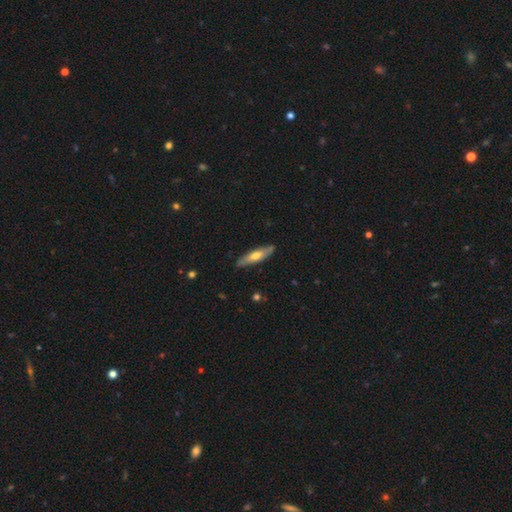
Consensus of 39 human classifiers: smooth-or-featured: smooth: 56% | featured or disk: 38% | star or artifact: 5%
  how-rounded: cigar-shaped: 73% | in between: 23% | round: 5%
  merging: none: 78% | minor disturbance: 14% | major disturbance: 8% | merger: 0%